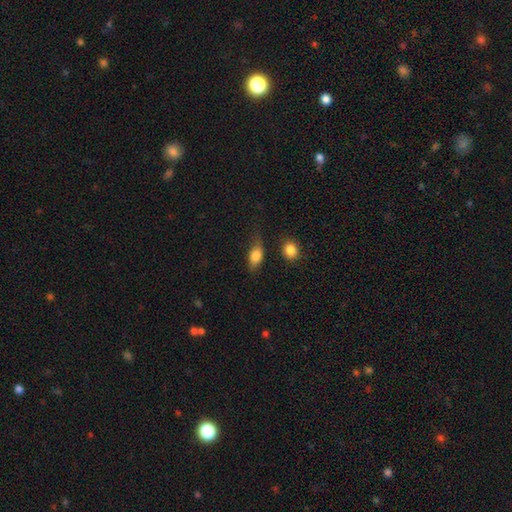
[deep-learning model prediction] smooth 78%, featured or disk 14%, star or artifact 8%. Down the decision tree: how rounded — in between (78%); merging — none (58%).